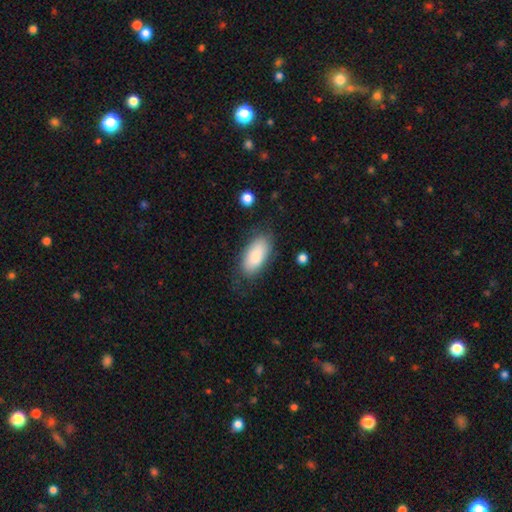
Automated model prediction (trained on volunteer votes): Morphology: type=smooth (83%); roundness=in between (92%); merging=none (75%).